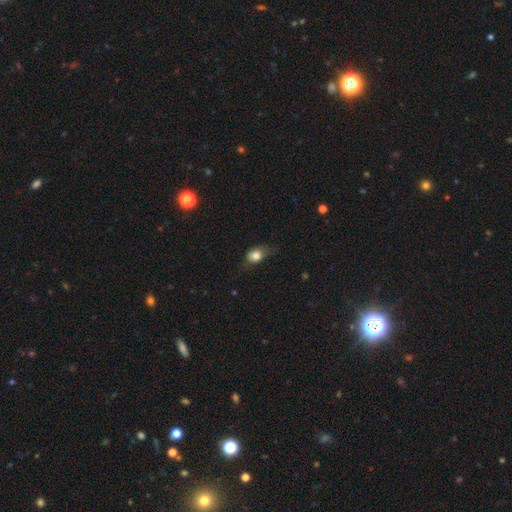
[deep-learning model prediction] This is likely a smooth galaxy (80%). How rounded: likely in between (67%). Merging: possibly none (47%).